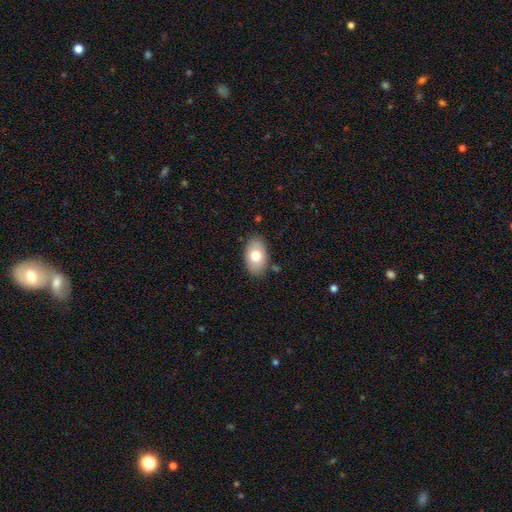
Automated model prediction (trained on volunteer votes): Smooth or featured? Predicted: smooth (p=0.74). How rounded? Predicted: in between (p=0.91). Merging? Predicted: none (p=0.84).